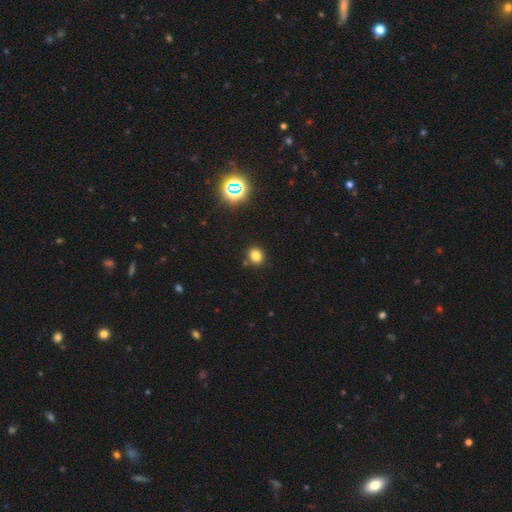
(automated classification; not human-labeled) smooth-or-featured: smooth: 77% | star or artifact: 17% | featured or disk: 6%
  how-rounded: round: 70% | in between: 29% | cigar-shaped: 1%
  merging: none: 84% | minor disturbance: 9% | merger: 5% | major disturbance: 2%